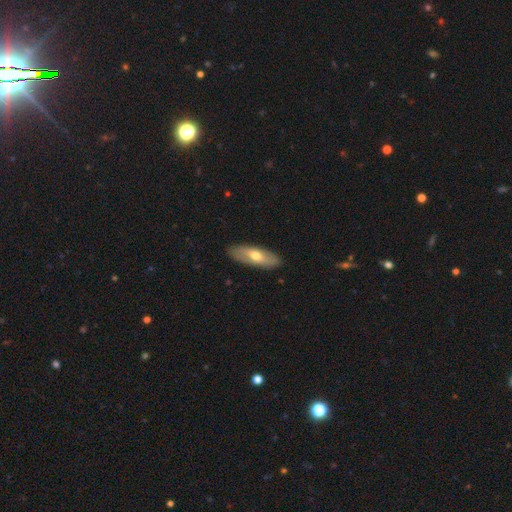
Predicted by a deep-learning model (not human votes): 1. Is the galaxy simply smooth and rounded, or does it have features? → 57% smooth, 38% featured or disk, 5% star or artifact.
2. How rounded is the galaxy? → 63% in between, 35% cigar-shaped, 3% round.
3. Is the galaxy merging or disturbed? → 88% none, 9% minor disturbance, 2% major disturbance, 1% merger.